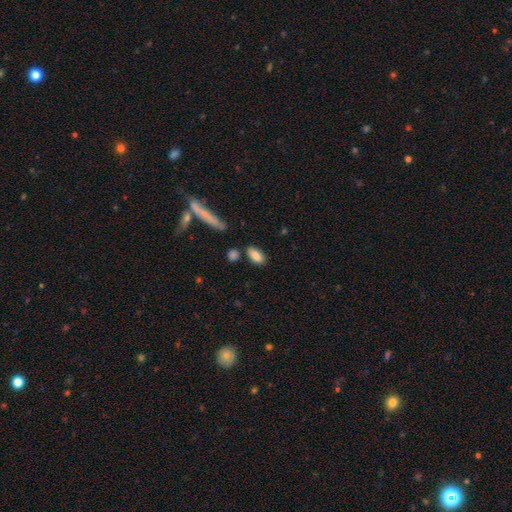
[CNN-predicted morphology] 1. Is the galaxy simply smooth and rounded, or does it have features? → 84% smooth, 9% featured or disk, 7% star or artifact.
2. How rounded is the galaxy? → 86% in between, 10% cigar-shaped, 4% round.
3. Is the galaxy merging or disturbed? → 78% none, 13% minor disturbance, 6% merger, 3% major disturbance.